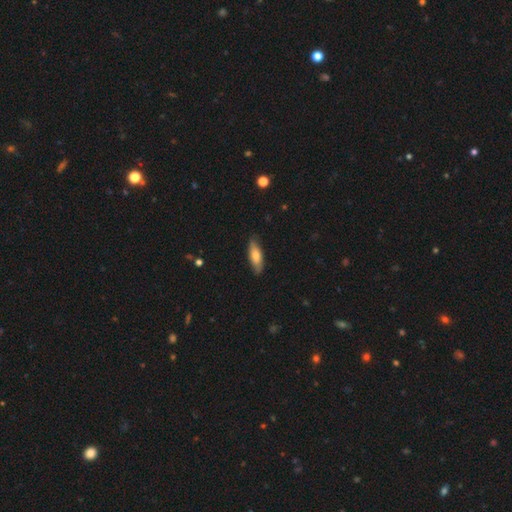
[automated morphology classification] The model was most divided on "how rounded": in between: 55%, cigar-shaped: 43%, round: 2%. More confident: merging — none (85%); smooth or featured — smooth (72%).